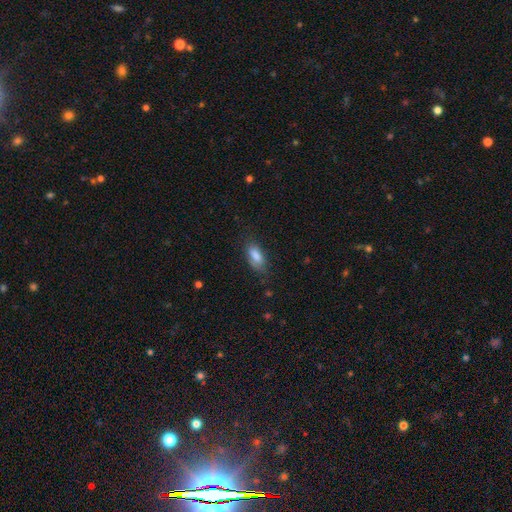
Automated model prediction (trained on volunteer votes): Q: Smooth or featured?
A: smooth (83%); runner-up: featured or disk (10%)
Q: How rounded?
A: in between (82%); runner-up: cigar-shaped (15%)
Q: Merging?
A: none (71%); runner-up: minor disturbance (21%)